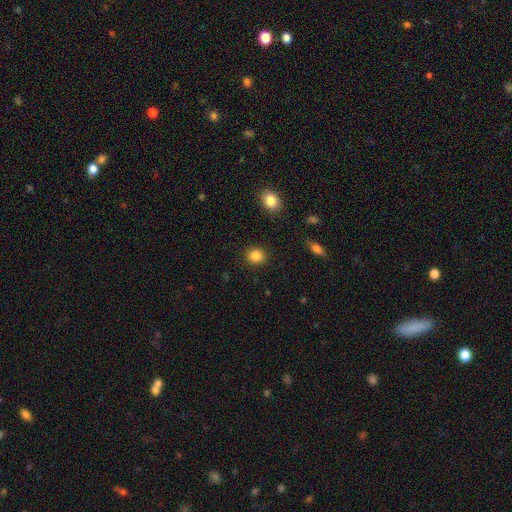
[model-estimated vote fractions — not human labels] Smooth or featured?
  - smooth: 85% *
  - star or artifact: 10%
  - featured or disk: 4%
How rounded?
  - round: 85% *
  - in between: 14%
  - cigar-shaped: 1%
Merging?
  - none: 91% *
  - minor disturbance: 6%
  - major disturbance: 2%
  - merger: 1%